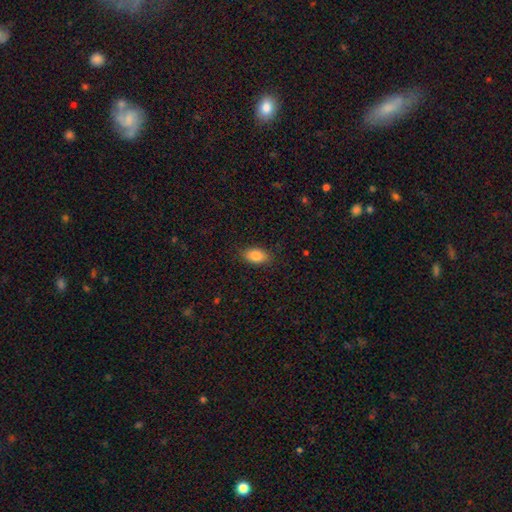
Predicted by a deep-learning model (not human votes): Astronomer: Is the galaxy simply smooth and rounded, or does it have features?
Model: smooth — 85%.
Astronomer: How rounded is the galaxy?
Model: in between — 90%.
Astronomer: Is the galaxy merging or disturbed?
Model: none — 86%.